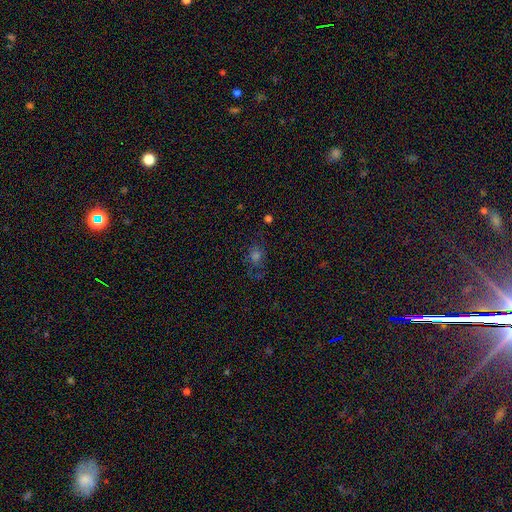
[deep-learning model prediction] Q: Smooth or featured?
A: smooth (45%); runner-up: star or artifact (32%)
Q: Merging?
A: none (65%); runner-up: minor disturbance (19%)